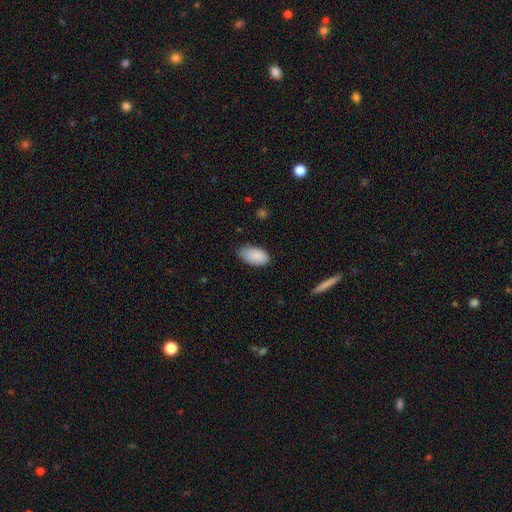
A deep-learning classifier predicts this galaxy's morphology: A smooth galaxy with no disk features (89%) that is in between round and cigar-shaped (95%). Merging: none (74%).